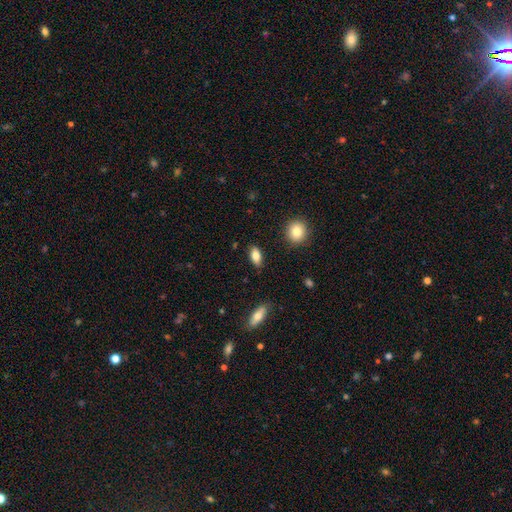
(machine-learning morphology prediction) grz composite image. It shows a smooth galaxy with no disk features (81%) that is in between round and cigar-shaped (87%). Merging: none (86%).